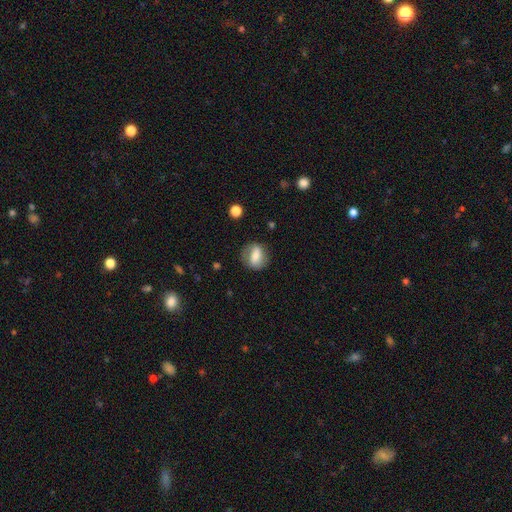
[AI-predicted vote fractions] smooth-or-featured: smooth: 62% | featured or disk: 30% | star or artifact: 8%
  how-rounded: in between: 53% | round: 41% | cigar-shaped: 5%
  merging: none: 76% | minor disturbance: 16% | major disturbance: 7% | merger: 2%